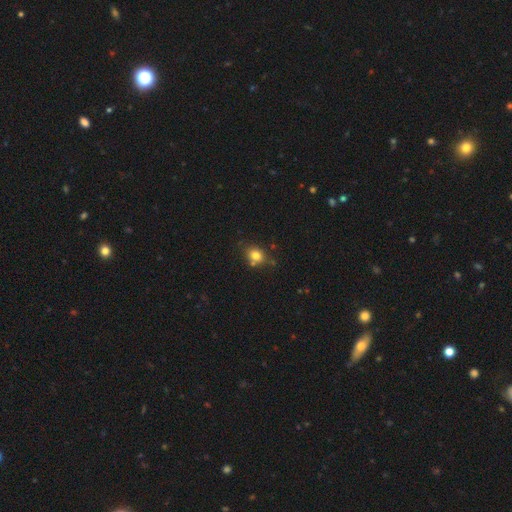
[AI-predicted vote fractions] A smooth galaxy with no disk features (79%) that is round (61%). Merging: none (69%).